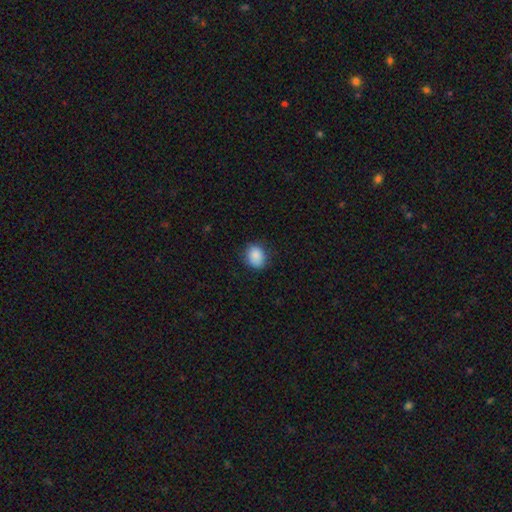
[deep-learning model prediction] Morphology: type=smooth (87%); roundness=round (55%); merging=none (80%).